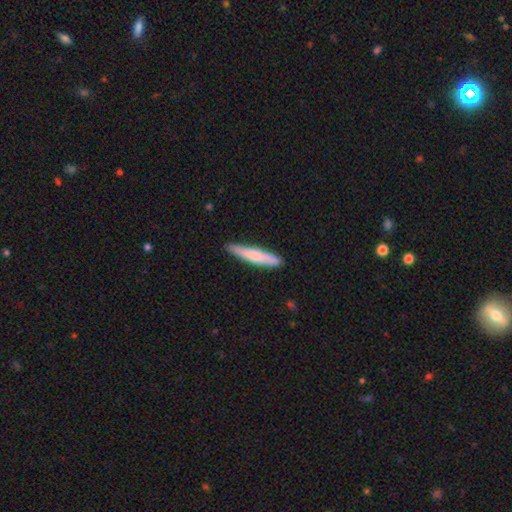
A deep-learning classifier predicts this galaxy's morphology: Smooth or featured?
  - smooth: 65% *
  - featured or disk: 30%
  - star or artifact: 5%
How rounded?
  - cigar-shaped: 93% *
  - in between: 6%
  - round: 1%
Merging?
  - none: 86% *
  - minor disturbance: 11%
  - major disturbance: 2%
  - merger: 1%